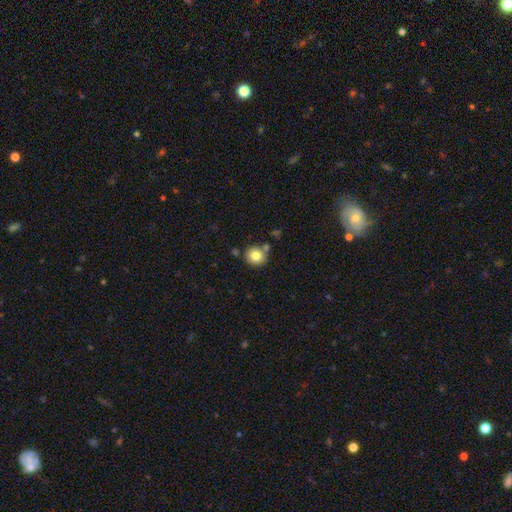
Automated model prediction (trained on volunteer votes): The model was most divided on "merging": none: 77%, merger: 11%, minor disturbance: 10%, major disturbance: 3%. More confident: how rounded — round (90%); smooth or featured — smooth (81%).